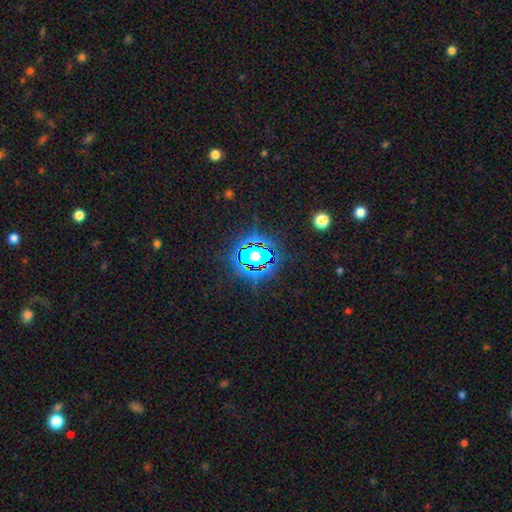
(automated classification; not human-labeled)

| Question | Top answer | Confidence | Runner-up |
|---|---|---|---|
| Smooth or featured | star or artifact | 81% | smooth (11%) |